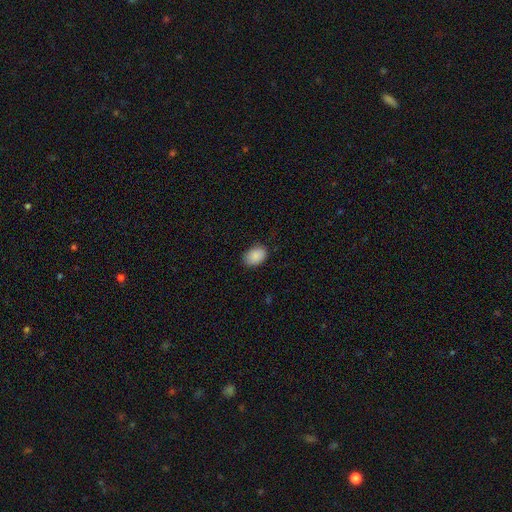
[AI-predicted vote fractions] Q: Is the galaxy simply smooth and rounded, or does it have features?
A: smooth — 89%.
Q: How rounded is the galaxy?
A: in between — 83%.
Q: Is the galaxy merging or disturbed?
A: none — 82%.